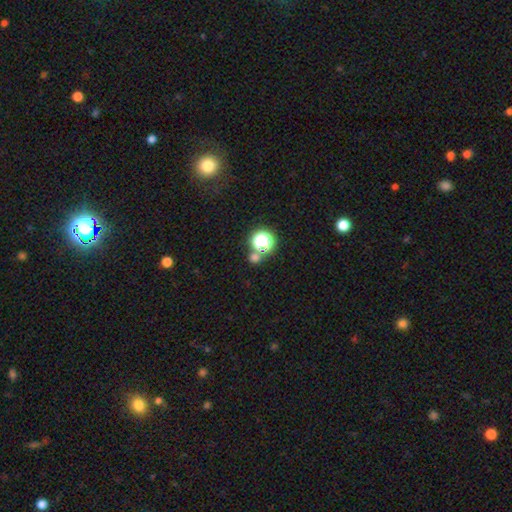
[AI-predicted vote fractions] Smooth or featured: star or artifact — 49% (smooth — 43%)